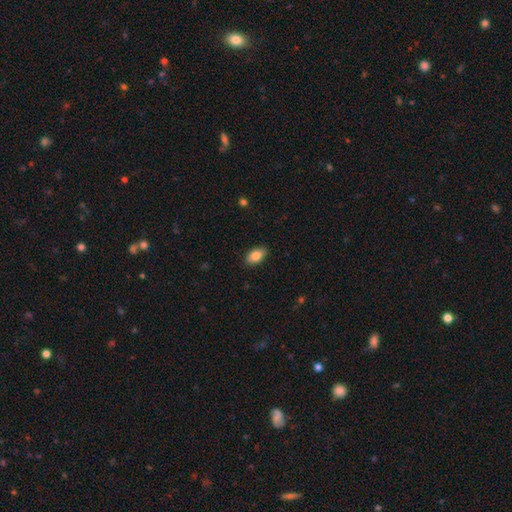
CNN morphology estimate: type=smooth (85%); roundness=in between (91%); merging=none (88%).